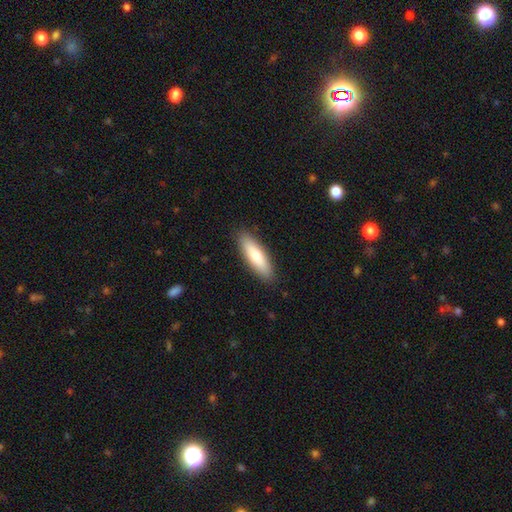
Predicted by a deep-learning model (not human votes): Smooth or featured?
  - smooth: 71% *
  - featured or disk: 24%
  - star or artifact: 6%
How rounded?
  - cigar-shaped: 57% *
  - in between: 41%
  - round: 2%
Merging?
  - none: 90% *
  - minor disturbance: 8%
  - major disturbance: 2%
  - merger: 1%